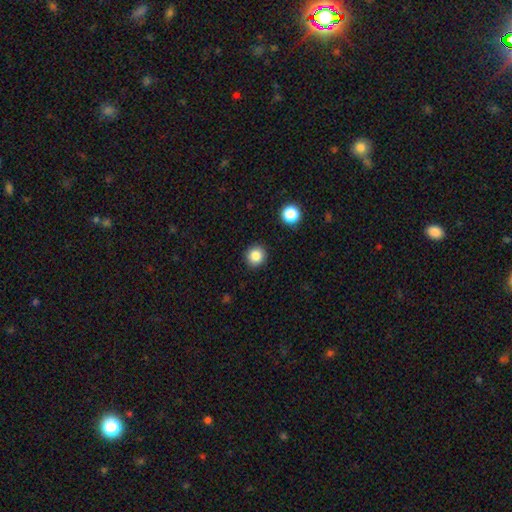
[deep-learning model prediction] smooth_or_featured: smooth (p=0.84) [alt: star or artifact p=0.11]
how_rounded: round (p=0.94) [alt: in between p=0.05]
merging: none (p=0.91) [alt: minor disturbance p=0.06]